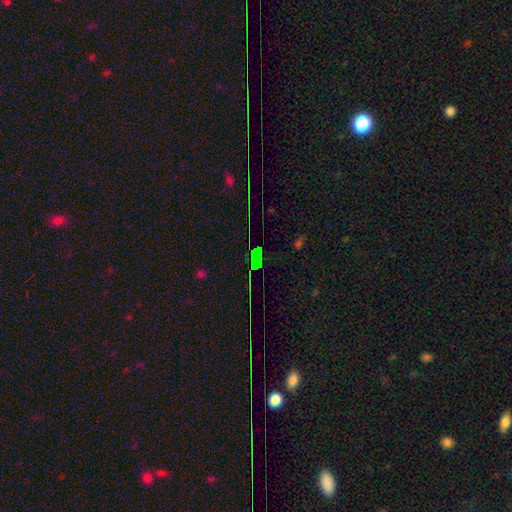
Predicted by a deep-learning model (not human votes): This is likely a star or artifact rather than a galaxy (70%).